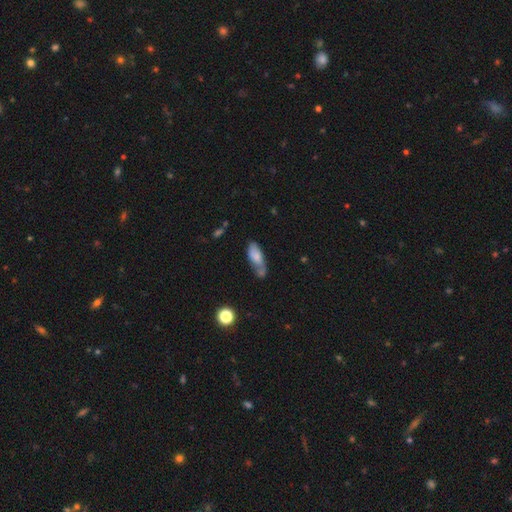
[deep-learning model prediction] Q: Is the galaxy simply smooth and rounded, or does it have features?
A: smooth — 67%.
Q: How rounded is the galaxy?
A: in between — 70%.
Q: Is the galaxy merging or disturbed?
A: none — 41%.